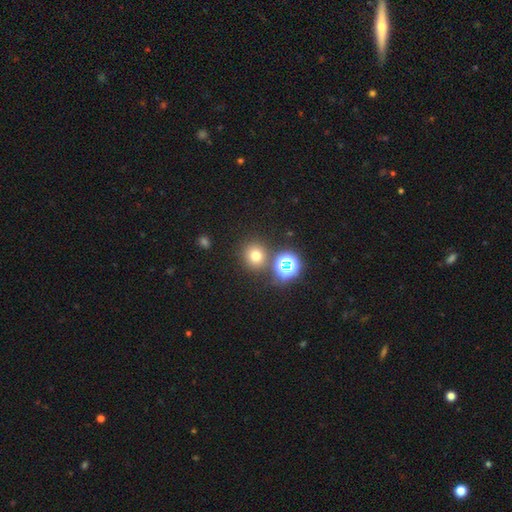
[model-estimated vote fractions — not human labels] A smooth galaxy with no disk features (68%) that is round (87%). Merging: none (78%).